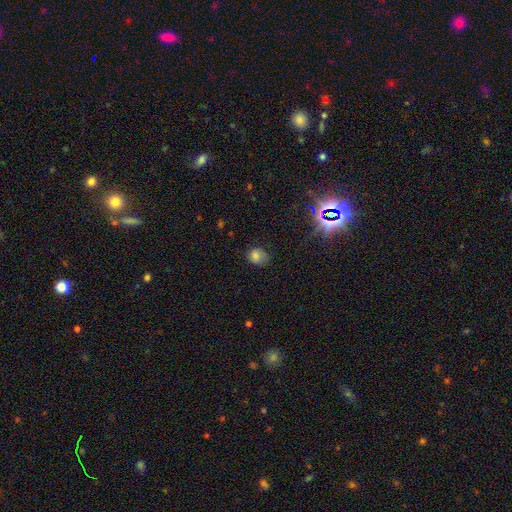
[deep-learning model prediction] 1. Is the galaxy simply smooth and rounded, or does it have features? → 76% smooth, 15% star or artifact, 9% featured or disk.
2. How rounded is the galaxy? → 59% round, 40% in between, 1% cigar-shaped.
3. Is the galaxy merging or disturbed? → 64% none, 27% minor disturbance, 8% major disturbance, 1% merger.